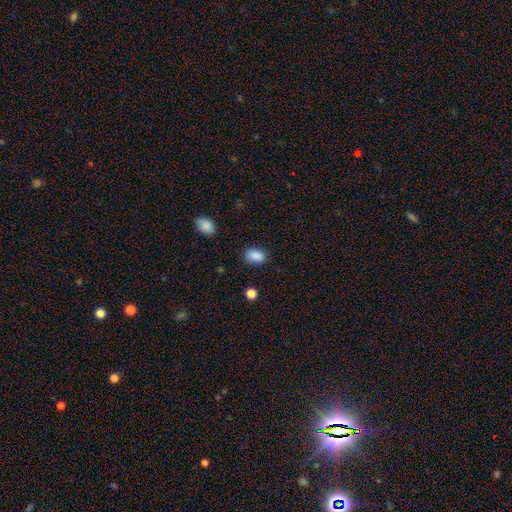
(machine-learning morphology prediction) smooth_or_featured: smooth (p=0.88) [alt: star or artifact p=0.09]
how_rounded: in between (p=0.84) [alt: round p=0.15]
merging: none (p=0.80) [alt: minor disturbance p=0.15]